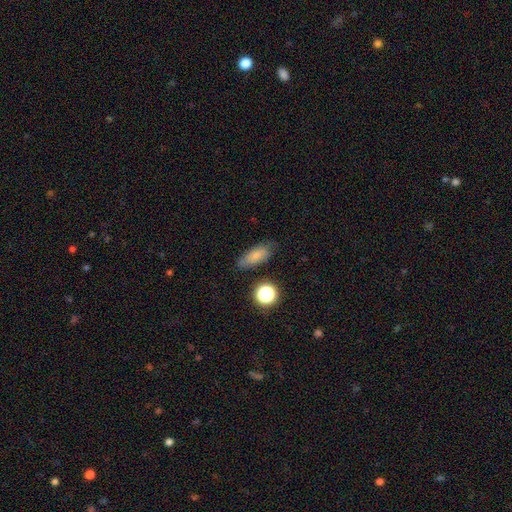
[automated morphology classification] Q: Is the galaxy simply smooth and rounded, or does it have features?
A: smooth — 72%.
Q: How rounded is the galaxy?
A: in between — 77%.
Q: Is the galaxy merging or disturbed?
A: none — 73%.